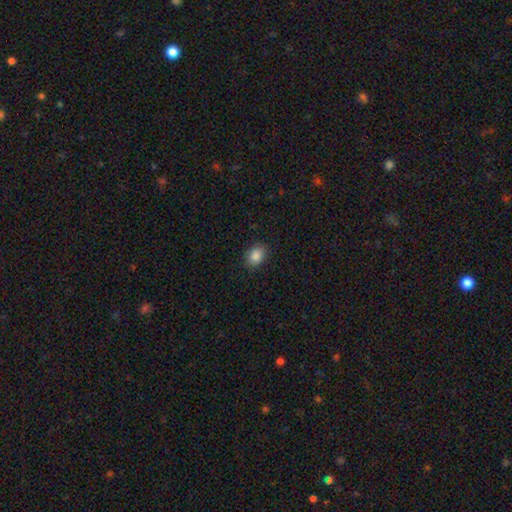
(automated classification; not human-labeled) A smooth galaxy with no disk features (87%) that is in between round and cigar-shaped (59%).

Vote fractions:
- Smooth or featured? smooth: 87% / star or artifact: 9% / featured or disk: 4%
- How rounded? in between: 59% / round: 40% / cigar-shaped: 1%
- Merging? none: 87% / minor disturbance: 10% / major disturbance: 3% / merger: 1%